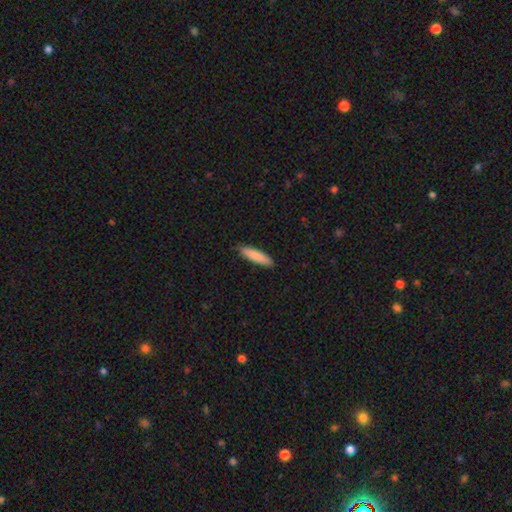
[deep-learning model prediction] Smooth or featured?
  - smooth: 87% *
  - featured or disk: 8%
  - star or artifact: 5%
How rounded?
  - cigar-shaped: 78% *
  - in between: 21%
  - round: 1%
Merging?
  - none: 88% *
  - minor disturbance: 9%
  - major disturbance: 2%
  - merger: 1%